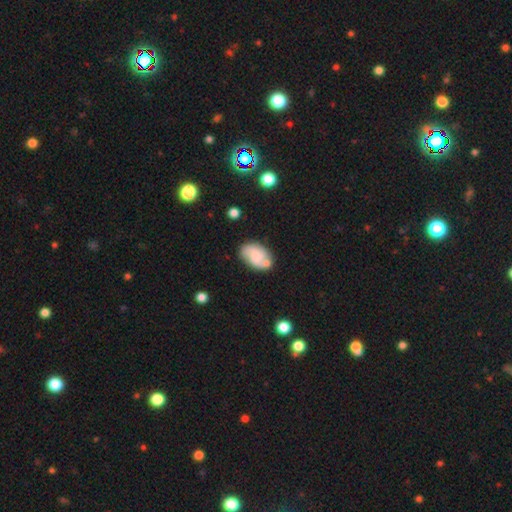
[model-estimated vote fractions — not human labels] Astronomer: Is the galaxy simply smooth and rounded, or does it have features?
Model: smooth — 53% (runner-up: featured or disk, 38%).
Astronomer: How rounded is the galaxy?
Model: in between — 87%.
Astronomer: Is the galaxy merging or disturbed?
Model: none — 53%.